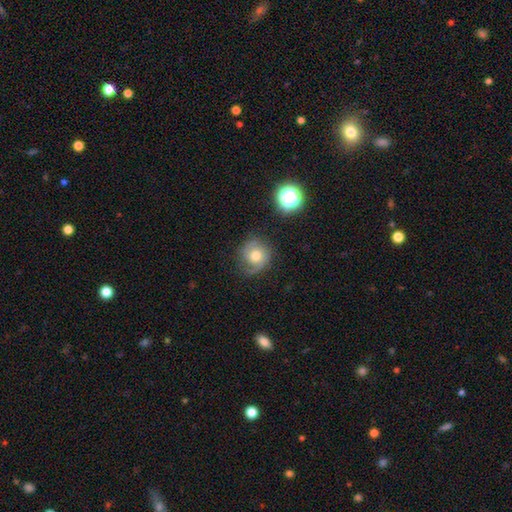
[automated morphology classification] Overall: featured or disk (46%; smooth 44%). Merging: none (65%).